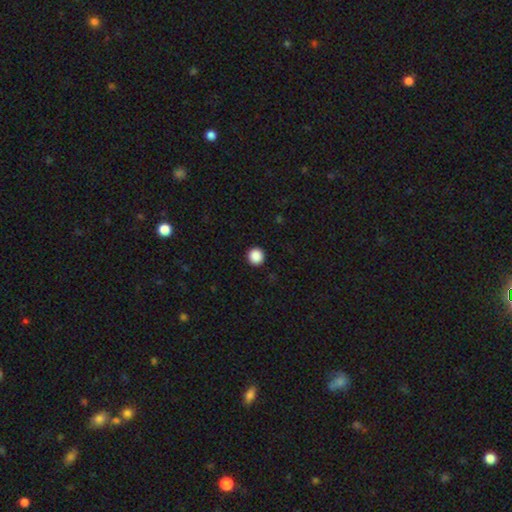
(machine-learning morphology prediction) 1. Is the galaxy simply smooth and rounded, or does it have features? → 88% smooth, 9% star or artifact, 2% featured or disk.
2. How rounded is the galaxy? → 95% round, 4% in between, 1% cigar-shaped.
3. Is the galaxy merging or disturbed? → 93% none, 4% minor disturbance, 2% major disturbance, 1% merger.